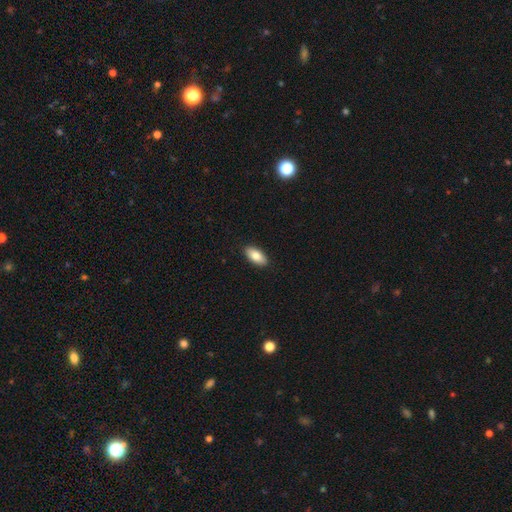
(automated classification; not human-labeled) Smooth or featured? smooth (84%)
How rounded? in between (91%)
Merging? none (91%)